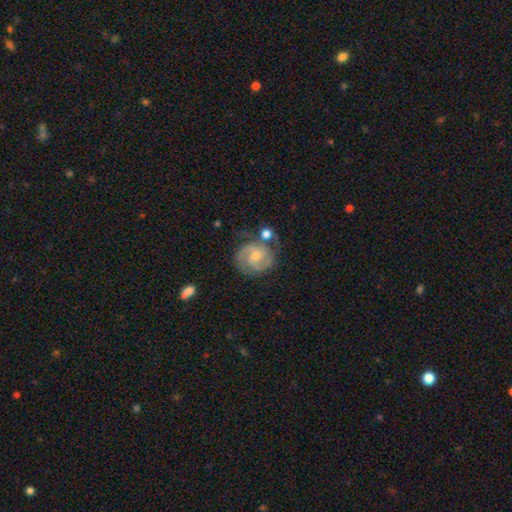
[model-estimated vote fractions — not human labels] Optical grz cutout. It shows a featured or disk galaxy (82%) with no bar (55%), 2 (64%) medium (46%) spiral arms (96%) and a small central bulge (56%). Merging: none (61%).